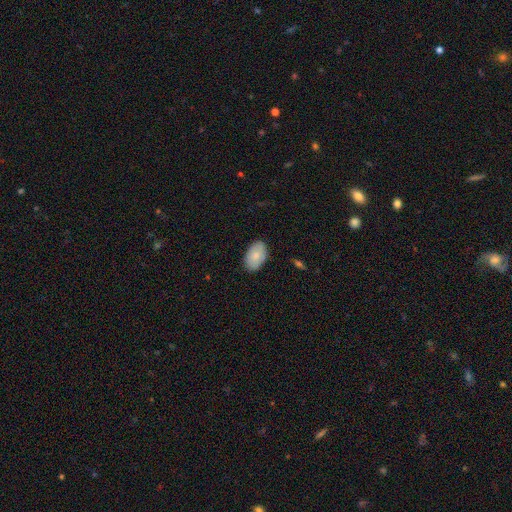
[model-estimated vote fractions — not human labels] Smooth or featured?
  - smooth: 84% *
  - featured or disk: 10%
  - star or artifact: 6%
How rounded?
  - in between: 92% *
  - round: 6%
  - cigar-shaped: 1%
Merging?
  - none: 86% *
  - minor disturbance: 11%
  - major disturbance: 2%
  - merger: 1%